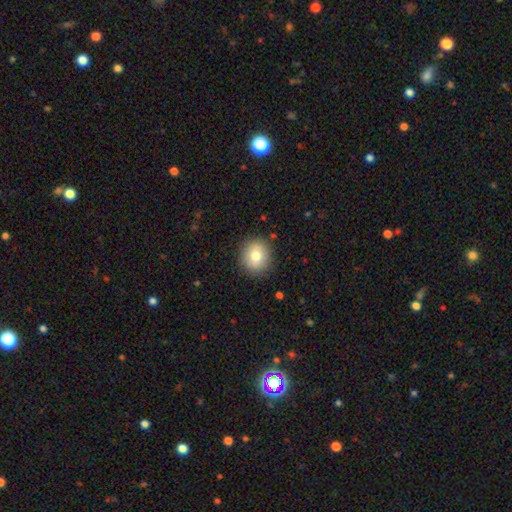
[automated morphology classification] The model was most divided on "smooth or featured": smooth: 78%, featured or disk: 13%, star or artifact: 9%. More confident: merging — none (88%); how rounded — round (84%).